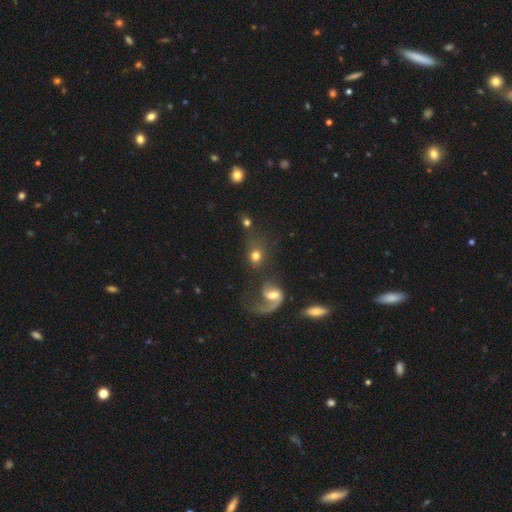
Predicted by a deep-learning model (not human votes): Overall: smooth (65%). How rounded: round (73%). Merging: none (47%; merger 25%).